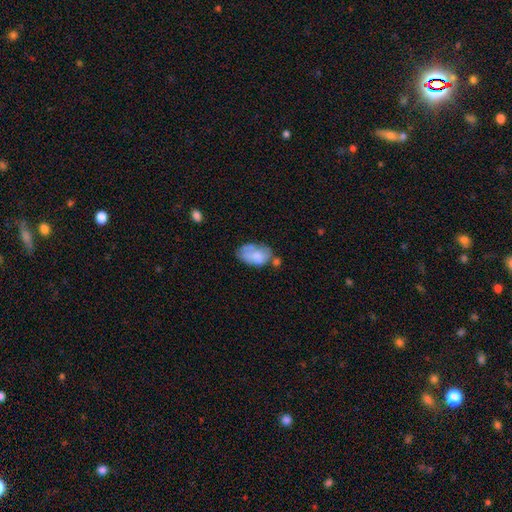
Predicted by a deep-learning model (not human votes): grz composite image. It shows a smooth galaxy with no disk features (67%) that is in between round and cigar-shaped (91%). Merging: none (39%).